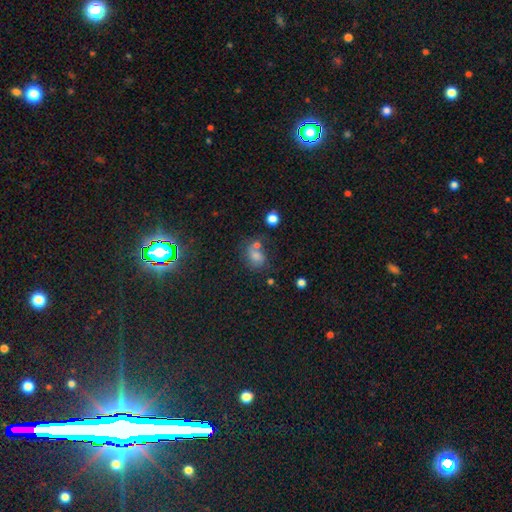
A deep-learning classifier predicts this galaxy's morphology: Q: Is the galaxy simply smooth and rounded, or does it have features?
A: smooth — 53%.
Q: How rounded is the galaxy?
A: in between — 51%.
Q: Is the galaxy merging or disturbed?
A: none — 49%.